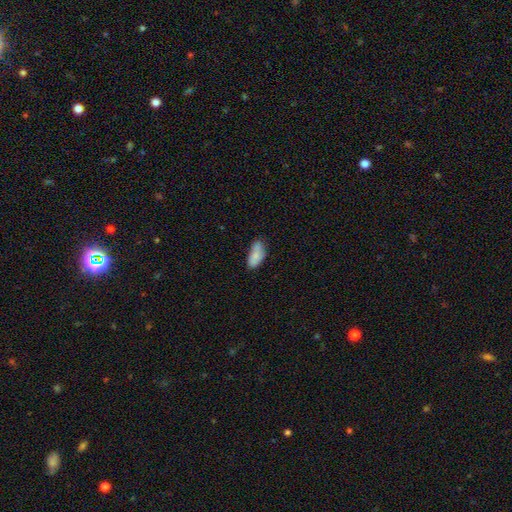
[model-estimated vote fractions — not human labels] A smooth galaxy with no disk features (83%) that is in between round and cigar-shaped (87%).

Vote fractions:
- Smooth or featured? smooth: 83% / featured or disk: 10% / star or artifact: 7%
- How rounded? in between: 87% / cigar-shaped: 11% / round: 2%
- Merging? none: 60% / minor disturbance: 29% / major disturbance: 6% / merger: 5%